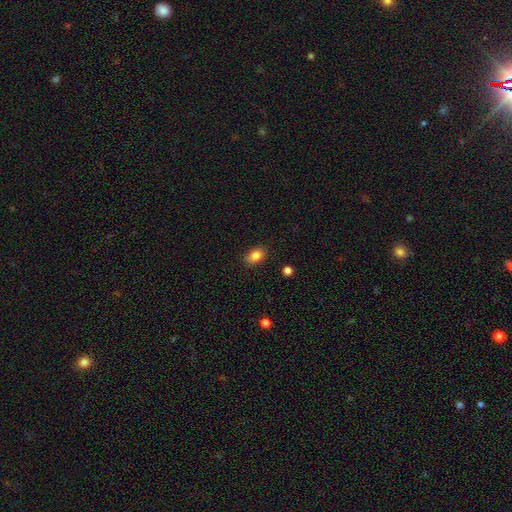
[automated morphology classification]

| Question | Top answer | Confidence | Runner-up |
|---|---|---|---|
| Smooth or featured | smooth | 85% | star or artifact (9%) |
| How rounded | in between | 80% | round (18%) |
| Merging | none | 85% | minor disturbance (11%) |